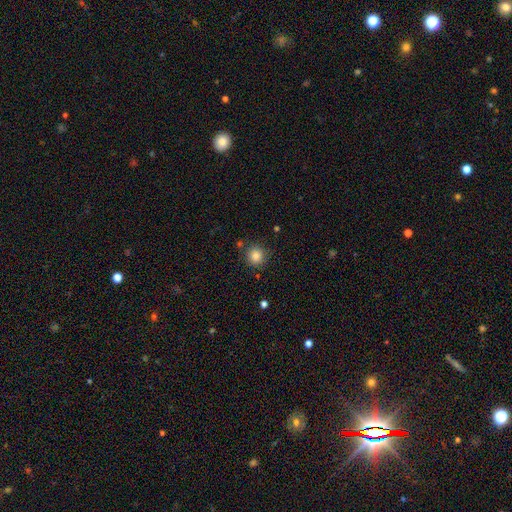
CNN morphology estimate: smooth 84%, star or artifact 11%, featured or disk 5%. Down the decision tree: how rounded — round (93%); merging — none (85%).